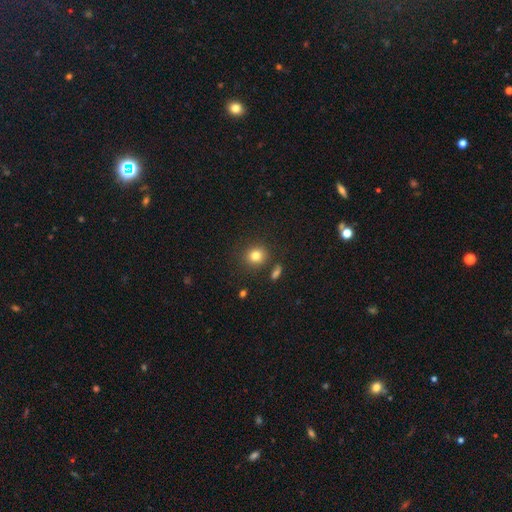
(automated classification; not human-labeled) The model was most divided on "how rounded": round: 83%, in between: 16%, cigar-shaped: 1%. More confident: merging — none (82%); smooth or featured — smooth (81%).